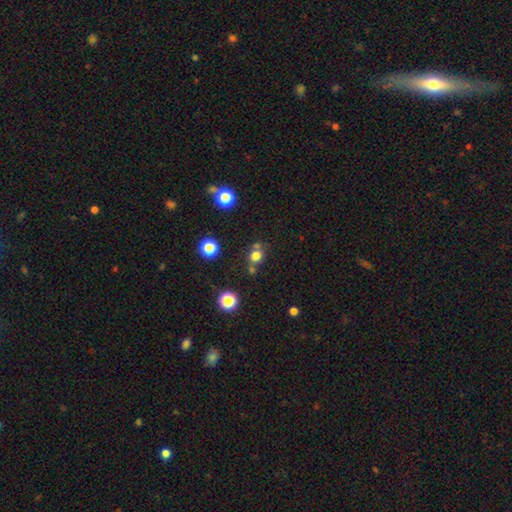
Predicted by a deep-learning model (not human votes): A smooth galaxy with no disk features (74%) that is round (81%). Merging: none (63%).